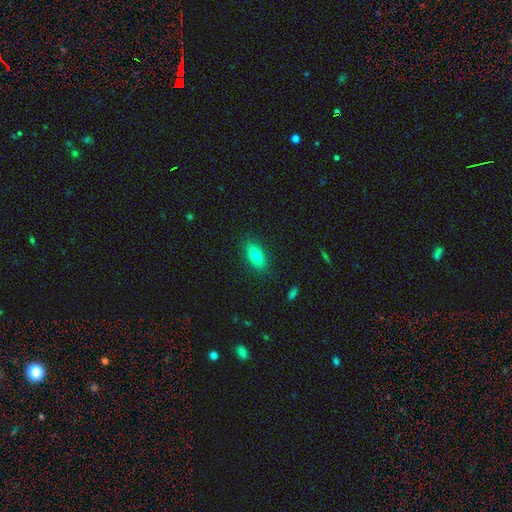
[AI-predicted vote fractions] Smooth or featured?
  - smooth: 79% *
  - featured or disk: 13%
  - star or artifact: 8%
How rounded?
  - in between: 81% *
  - cigar-shaped: 14%
  - round: 4%
Merging?
  - none: 87% *
  - minor disturbance: 10%
  - major disturbance: 3%
  - merger: 1%